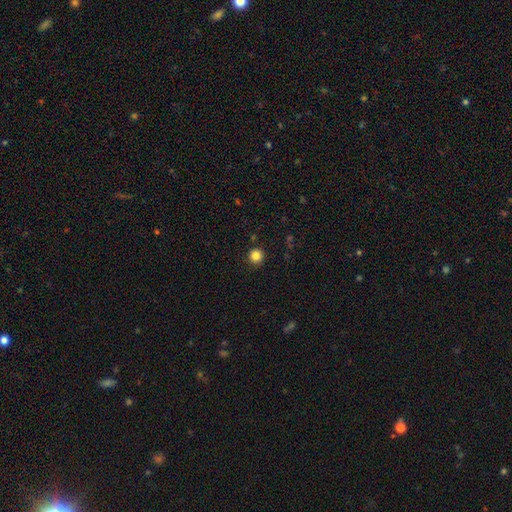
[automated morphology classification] This appears to be a smooth galaxy with no disk features (84%) that is round (95%). Merging: none (91%).